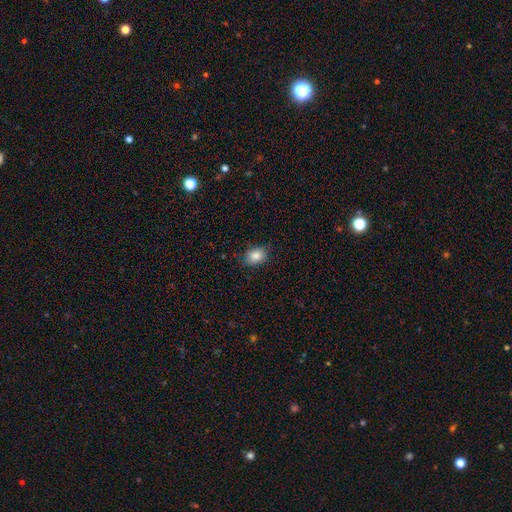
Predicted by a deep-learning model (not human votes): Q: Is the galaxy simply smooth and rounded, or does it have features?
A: smooth — 86%.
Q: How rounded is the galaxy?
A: in between — 65%.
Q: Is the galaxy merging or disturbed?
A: none — 81%.